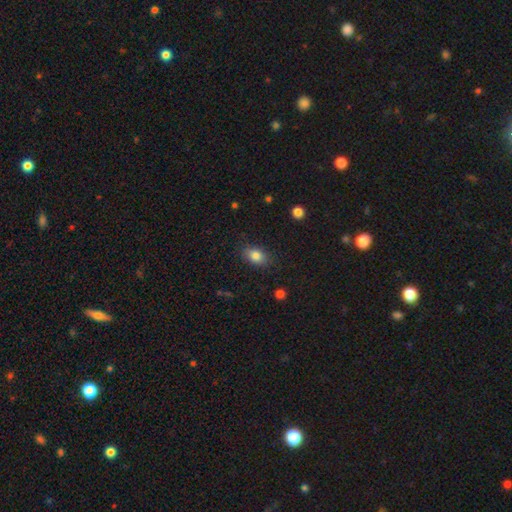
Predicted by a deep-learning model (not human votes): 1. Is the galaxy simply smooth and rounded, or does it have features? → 84% smooth, 9% star or artifact, 7% featured or disk.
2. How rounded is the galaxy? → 81% in between, 17% round, 2% cigar-shaped.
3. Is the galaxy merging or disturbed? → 83% none, 12% minor disturbance, 3% major disturbance, 1% merger.